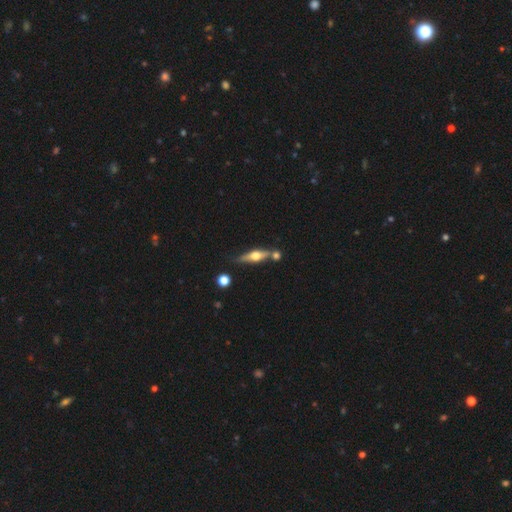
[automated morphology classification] Smooth or featured: featured or disk — 65% (smooth — 29%)
Edge-on disk: yes — 93% (no — 7%)
Edge-on bulge: rounded — 93% (boxy — 4%)
Merging: none — 67% (merger — 17%)